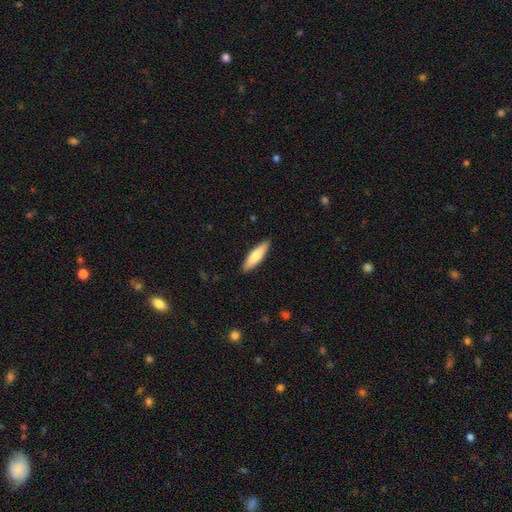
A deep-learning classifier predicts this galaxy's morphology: smooth 73%, featured or disk 22%, star or artifact 5%. Down the decision tree: how rounded — cigar-shaped (72%); merging — none (90%).